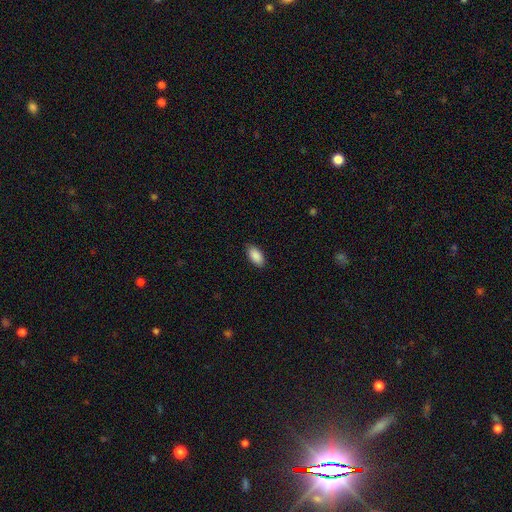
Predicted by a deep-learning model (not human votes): smooth-or-featured: smooth: 90% | star or artifact: 6% | featured or disk: 4%
  how-rounded: in between: 93% | cigar-shaped: 4% | round: 2%
  merging: none: 88% | minor disturbance: 9% | major disturbance: 2% | merger: 1%